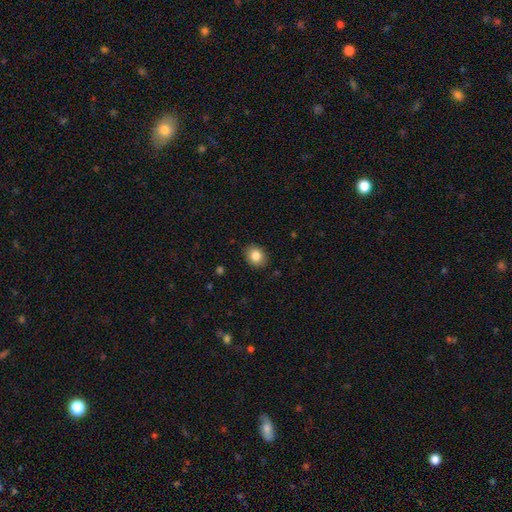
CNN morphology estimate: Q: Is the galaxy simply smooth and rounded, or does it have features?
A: smooth — 84%.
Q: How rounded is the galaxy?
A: round — 56%.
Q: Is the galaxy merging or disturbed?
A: none — 89%.